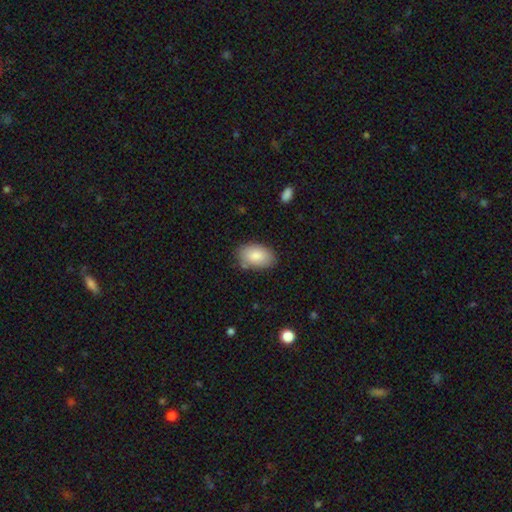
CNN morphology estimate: A smooth galaxy with no disk features (86%) that is in between round and cigar-shaped (93%).

Vote fractions:
- Smooth or featured? smooth: 86% / featured or disk: 8% / star or artifact: 6%
- How rounded? in between: 93% / round: 5% / cigar-shaped: 1%
- Merging? none: 80% / minor disturbance: 14% / major disturbance: 3% / merger: 3%